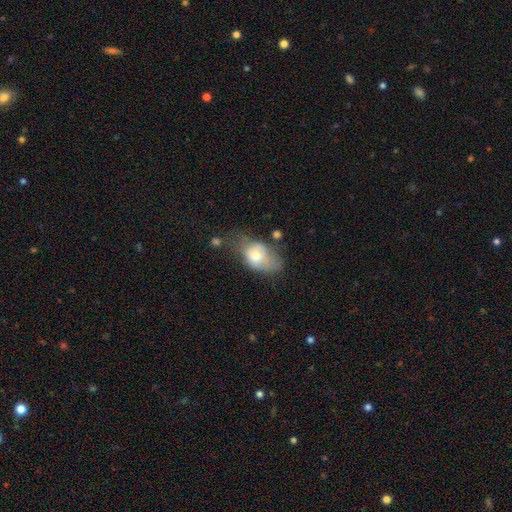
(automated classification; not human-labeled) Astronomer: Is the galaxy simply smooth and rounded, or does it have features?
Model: smooth — 65%.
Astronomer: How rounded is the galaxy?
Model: in between — 80%.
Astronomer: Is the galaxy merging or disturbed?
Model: minor disturbance — 32% (runner-up: major disturbance, 31%).